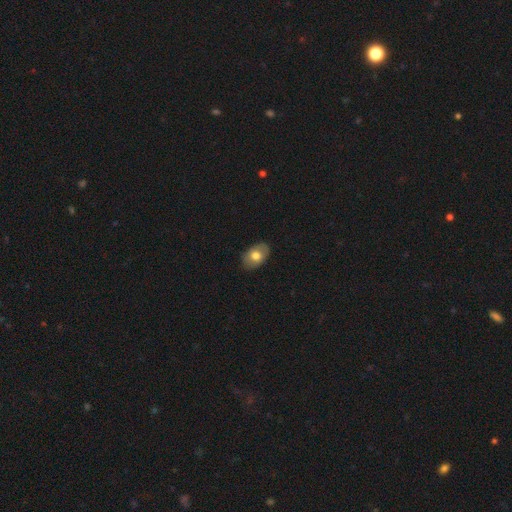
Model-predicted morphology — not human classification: Smooth or featured? smooth (69%)
How rounded? in between (84%)
Merging? none (84%)